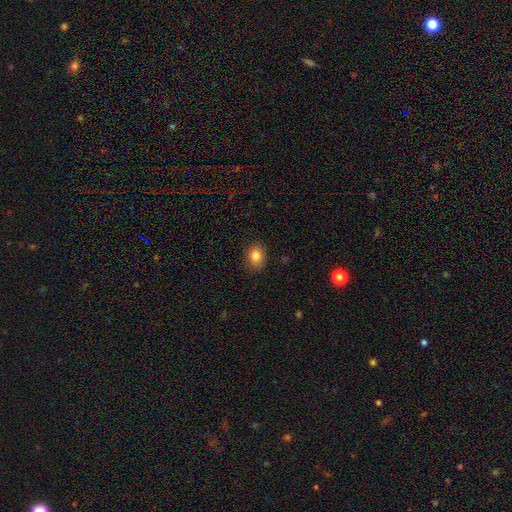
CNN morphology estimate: This is clearly a smooth galaxy (84%). How rounded: possibly in between (56%). Merging: clearly none (85%).